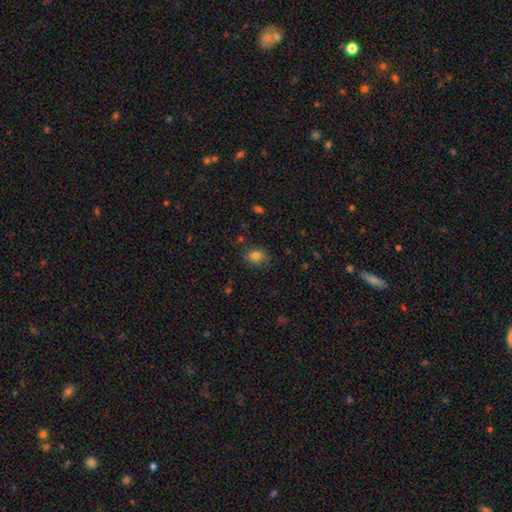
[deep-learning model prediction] smooth 81%, star or artifact 12%, featured or disk 8%. Down the decision tree: how rounded — in between (64%); merging — none (78%).